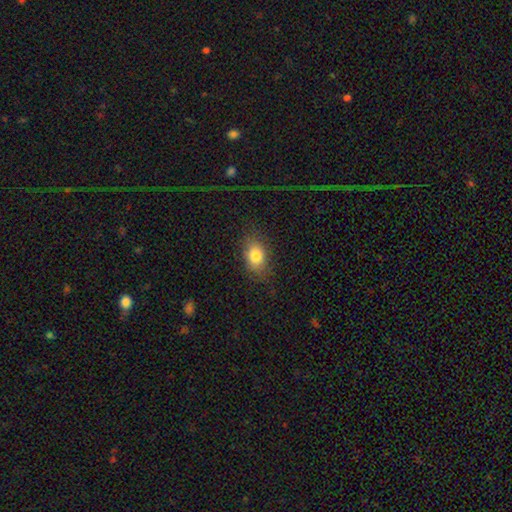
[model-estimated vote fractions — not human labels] Smooth or featured? smooth (82%)
How rounded? in between (74%)
Merging? none (78%)